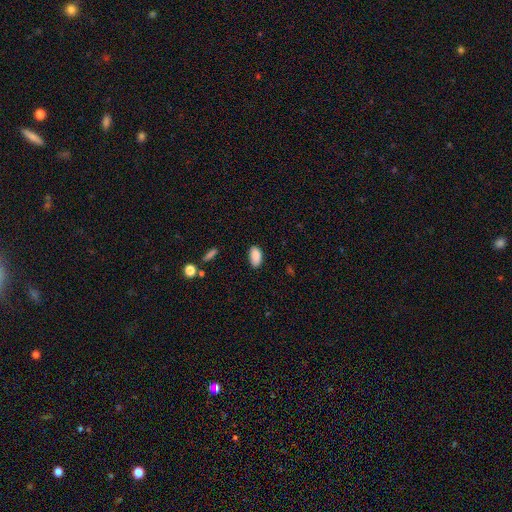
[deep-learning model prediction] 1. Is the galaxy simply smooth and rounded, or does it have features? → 89% smooth, 7% star or artifact, 4% featured or disk.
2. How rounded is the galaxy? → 93% in between, 4% cigar-shaped, 3% round.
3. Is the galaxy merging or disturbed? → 83% none, 13% minor disturbance, 3% major disturbance, 1% merger.